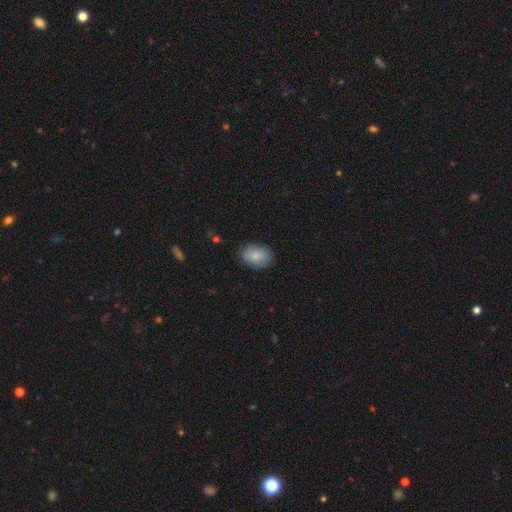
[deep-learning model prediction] Morphology: type=smooth (86%); roundness=in between (81%); merging=none (84%).